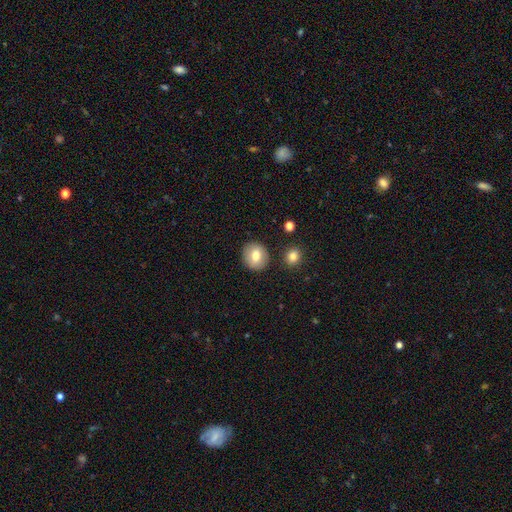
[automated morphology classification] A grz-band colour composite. It shows a smooth galaxy with no disk features (75%) that is round (81%). Merging: none (86%).